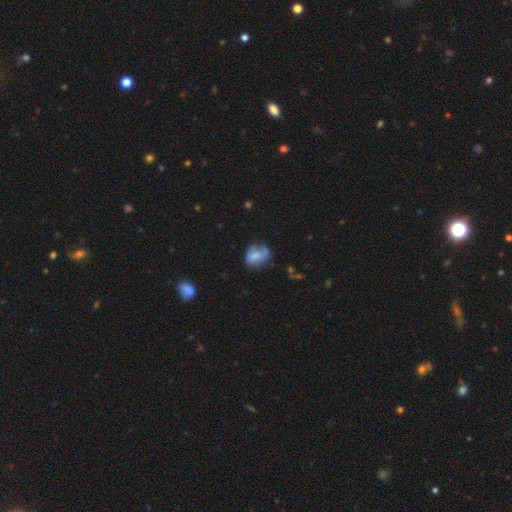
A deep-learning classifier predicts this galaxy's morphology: Smooth or featured?
  - smooth: 67% *
  - featured or disk: 24%
  - star or artifact: 9%
How rounded?
  - in between: 55% *
  - round: 44%
  - cigar-shaped: 1%
Merging?
  - none: 46% *
  - minor disturbance: 32%
  - major disturbance: 18%
  - merger: 4%